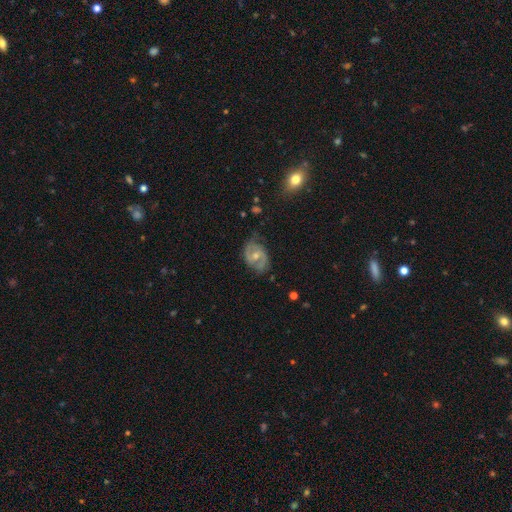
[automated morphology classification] This appears to be a featured or disk galaxy (77%) with a weak bar (48%), 2 (86%) medium (49%) spiral arms (89%) and a moderate central bulge (61%). Merging: none (73%).